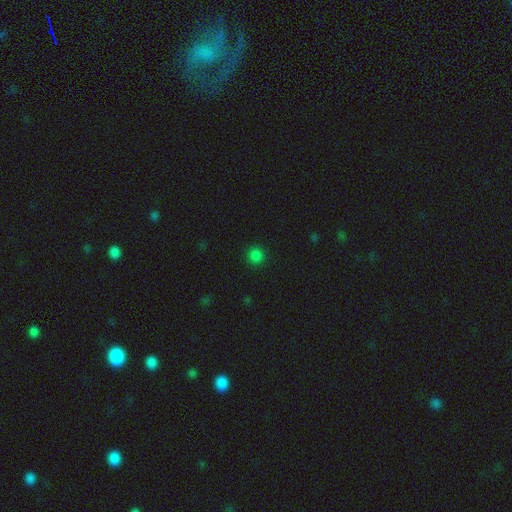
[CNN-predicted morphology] smooth_or_featured: smooth (p=0.82) [alt: star or artifact p=0.15]
how_rounded: round (p=0.94) [alt: in between p=0.05]
merging: none (p=0.91) [alt: minor disturbance p=0.06]